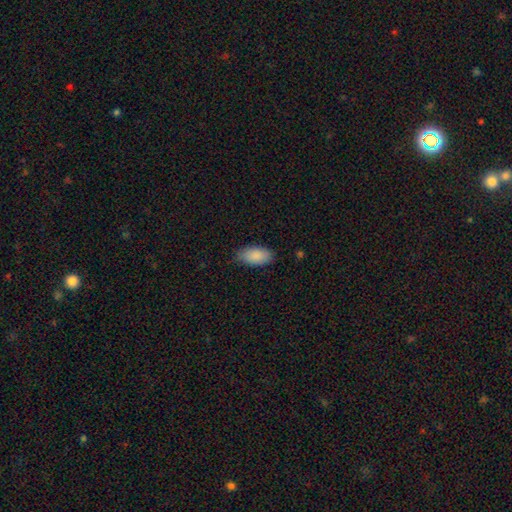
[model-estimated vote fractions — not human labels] smooth 89%, star or artifact 6%, featured or disk 5%. Down the decision tree: how rounded — in between (94%); merging — none (82%).